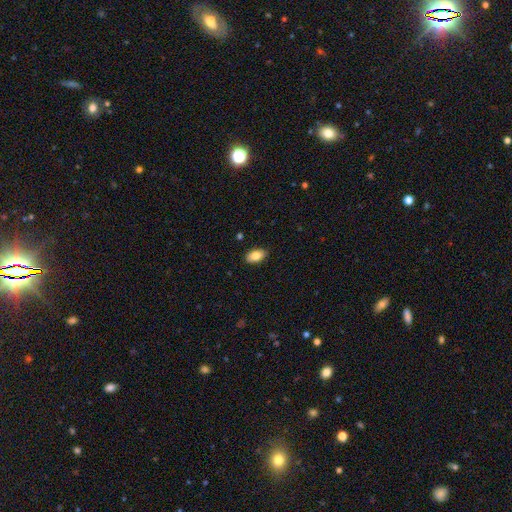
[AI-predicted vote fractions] Smooth or featured? Predicted: smooth (p=0.84). How rounded? Predicted: in between (p=0.93). Merging? Predicted: none (p=0.88).